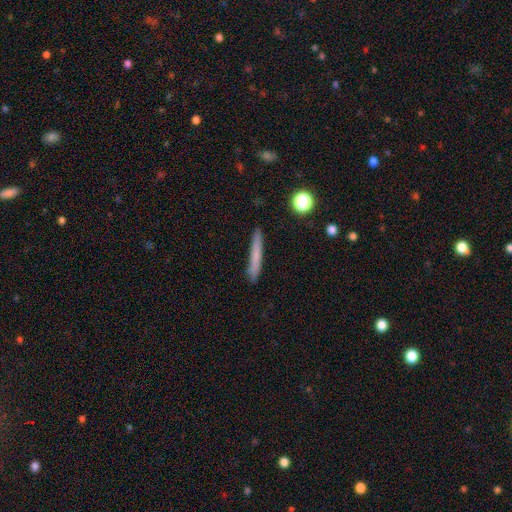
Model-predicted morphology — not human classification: smooth-or-featured: smooth: 70% | featured or disk: 23% | star or artifact: 8%
  how-rounded: cigar-shaped: 96% | in between: 3% | round: 2%
  merging: none: 88% | minor disturbance: 8% | major disturbance: 2% | merger: 1%